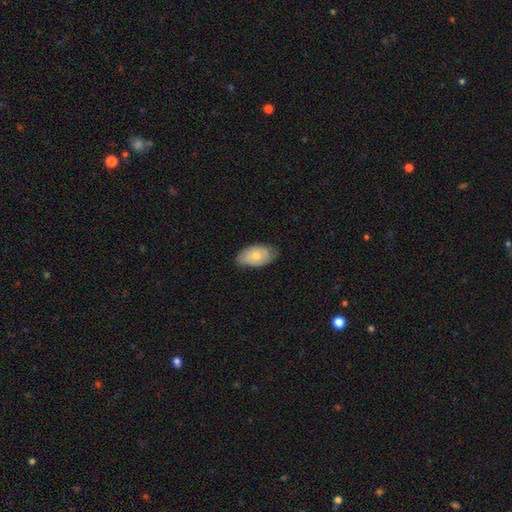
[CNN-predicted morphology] The model was most divided on "smooth or featured": smooth: 63%, featured or disk: 31%, star or artifact: 6%. More confident: how rounded — in between (93%); merging — none (71%).